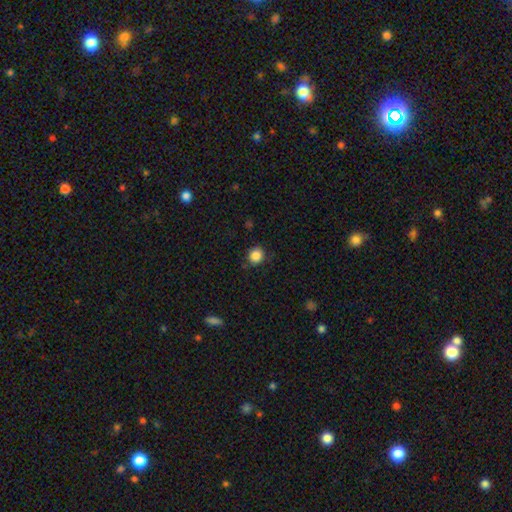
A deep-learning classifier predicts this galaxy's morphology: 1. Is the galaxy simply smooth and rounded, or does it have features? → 86% smooth, 10% star or artifact, 4% featured or disk.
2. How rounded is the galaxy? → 88% round, 11% in between, 1% cigar-shaped.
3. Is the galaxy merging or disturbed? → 83% none, 13% minor disturbance, 3% major disturbance, 2% merger.